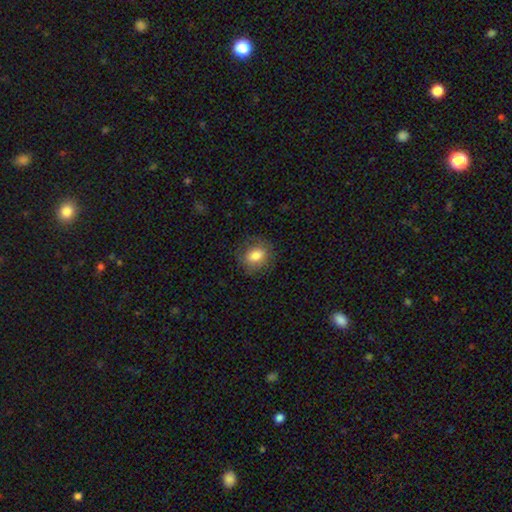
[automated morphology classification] Smooth or featured: smooth — 79% (featured or disk — 13%)
How rounded: round — 57% (in between — 42%)
Merging: none — 80% (minor disturbance — 14%)